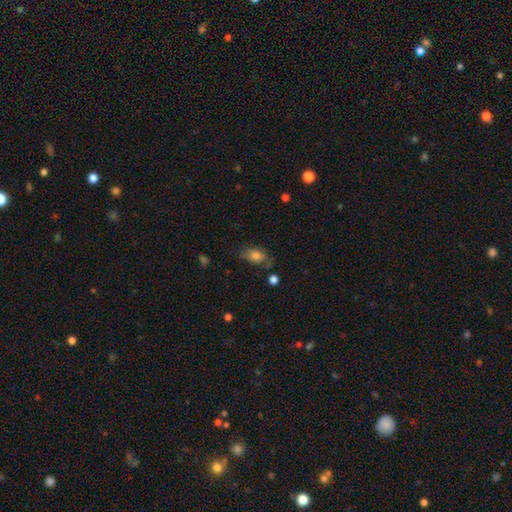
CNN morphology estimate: Q: Smooth or featured?
A: smooth (77%); runner-up: featured or disk (13%)
Q: How rounded?
A: in between (82%); runner-up: round (15%)
Q: Merging?
A: none (59%); runner-up: minor disturbance (27%)